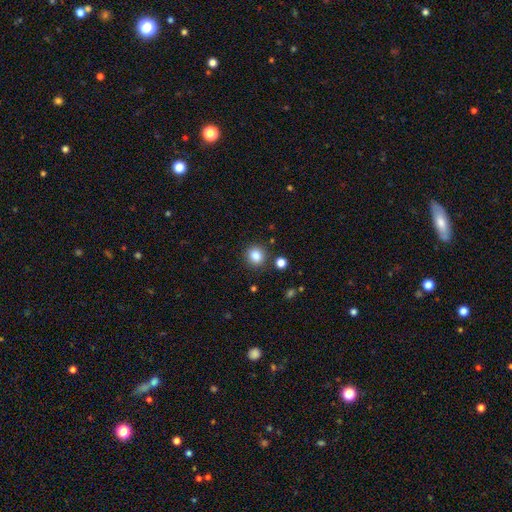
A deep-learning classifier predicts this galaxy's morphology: This is clearly a smooth galaxy (85%). How rounded: clearly round (87%). Merging: clearly none (87%).